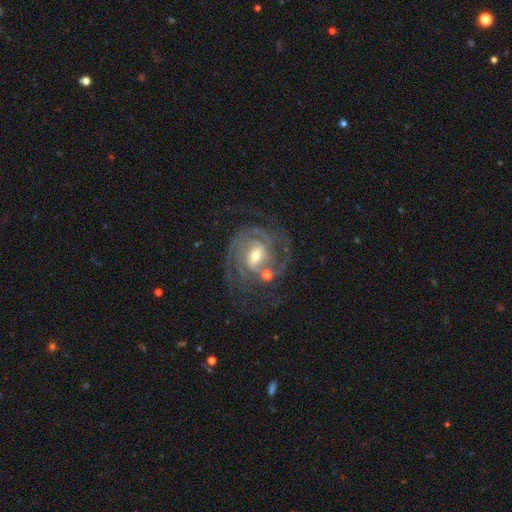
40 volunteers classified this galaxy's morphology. Overall: featured or disk (95%). Edge-on disk: no (100%). Bar: weak (61%; strong 26%). Spiral arms: yes (97%). Spiral arm count: 3 (43%; 2 41%). Spiral winding: tight (81%). Bulge size: moderate (55%; small 32%). Merging: none (41%; minor disturbance 33%).